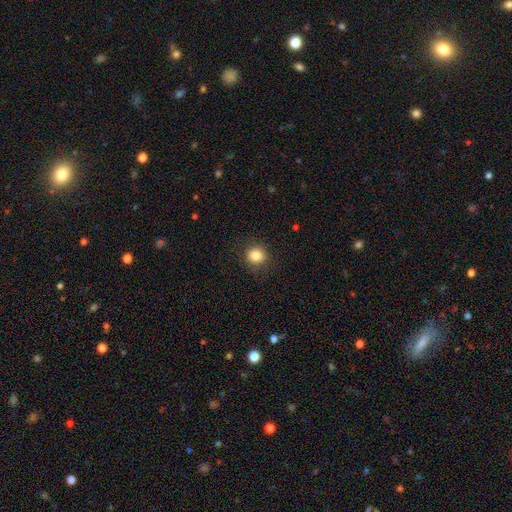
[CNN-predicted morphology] type=smooth (84%); roundness=round (86%); merging=none (87%).